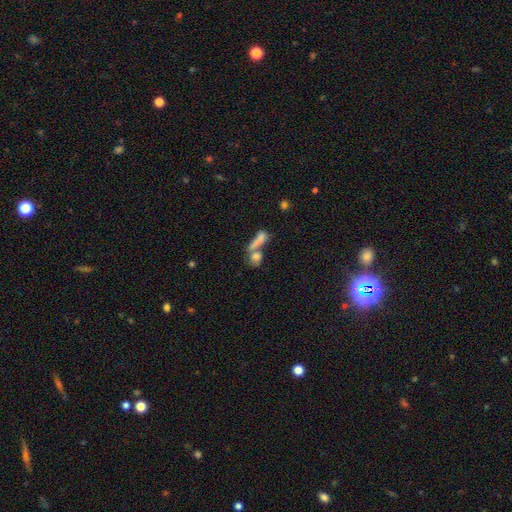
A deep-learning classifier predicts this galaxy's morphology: smooth-or-featured: smooth: 72% | featured or disk: 17% | star or artifact: 11%
  how-rounded: in between: 45% | round: 30% | cigar-shaped: 25%
  merging: merger: 56% | none: 28% | minor disturbance: 8% | major disturbance: 8%